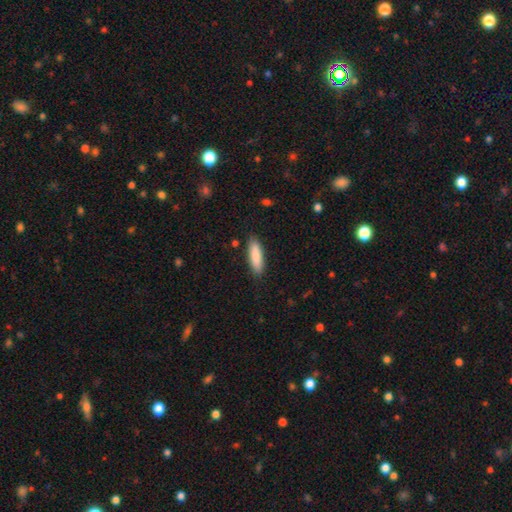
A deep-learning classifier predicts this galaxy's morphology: A smooth galaxy with no disk features (87%) that is cigar-shaped (61%).

Vote fractions:
- Smooth or featured? smooth: 87% / featured or disk: 8% / star or artifact: 5%
- How rounded? cigar-shaped: 61% / in between: 38% / round: 1%
- Merging? none: 88% / minor disturbance: 9% / major disturbance: 2% / merger: 1%